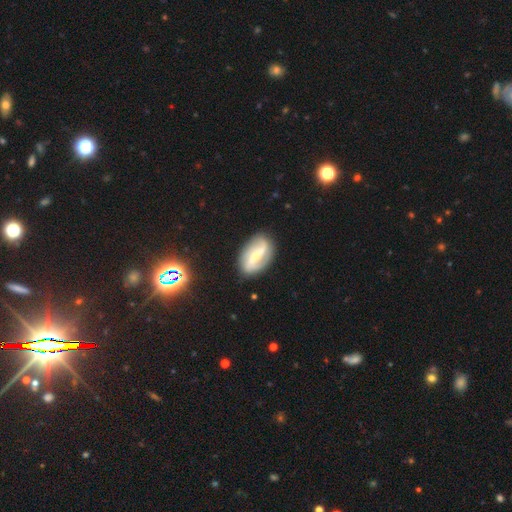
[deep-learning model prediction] Q: Smooth or featured?
A: featured or disk (77%); runner-up: smooth (17%)
Q: Edge-on disk?
A: no (94%); runner-up: yes (6%)
Q: Bar?
A: strong (63%); runner-up: weak (27%)
Q: Spiral arms?
A: yes (87%); runner-up: no (13%)
Q: Spiral winding?
A: loose (59%); runner-up: medium (27%)
Q: Spiral arm count?
A: 2 (88%); runner-up: can't tell (6%)
Q: Bulge size?
A: small (49%); runner-up: moderate (37%)
Q: Merging?
A: none (82%); runner-up: minor disturbance (12%)